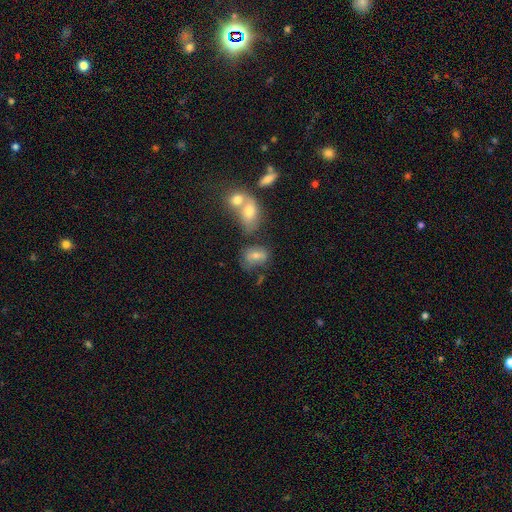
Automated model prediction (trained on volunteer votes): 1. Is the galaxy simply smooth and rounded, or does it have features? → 64% smooth, 25% featured or disk, 11% star or artifact.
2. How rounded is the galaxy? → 76% in between, 22% round, 2% cigar-shaped.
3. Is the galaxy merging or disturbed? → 46% none, 24% merger, 20% minor disturbance, 10% major disturbance.